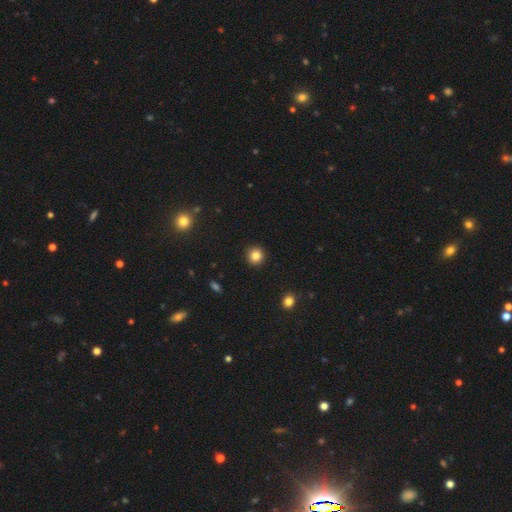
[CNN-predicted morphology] smooth-or-featured: smooth: 84% | star or artifact: 11% | featured or disk: 5%
  how-rounded: round: 92% | in between: 7% | cigar-shaped: 1%
  merging: none: 92% | minor disturbance: 5% | major disturbance: 2% | merger: 1%